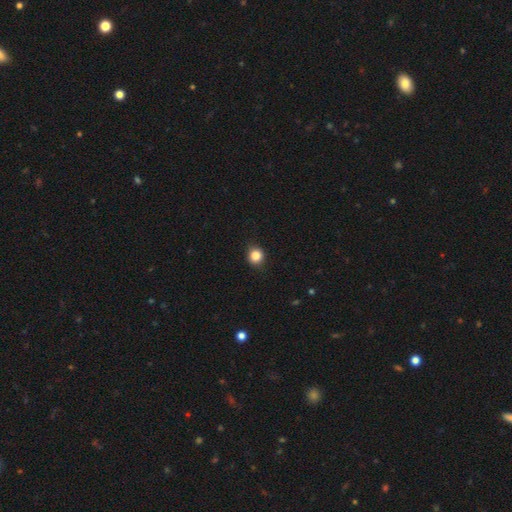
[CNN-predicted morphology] Smooth or featured? Predicted: smooth (p=0.85). How rounded? Predicted: round (p=0.84). Merging? Predicted: none (p=0.88).